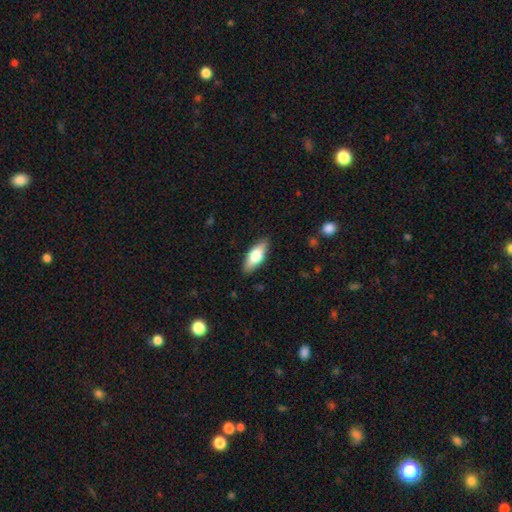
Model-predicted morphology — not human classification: A smooth galaxy with no disk features (67%) that is in between round and cigar-shaped (75%).

Vote fractions:
- Smooth or featured? smooth: 67% / featured or disk: 28% / star or artifact: 6%
- How rounded? in between: 75% / cigar-shaped: 22% / round: 3%
- Merging? none: 87% / minor disturbance: 10% / major disturbance: 2% / merger: 1%